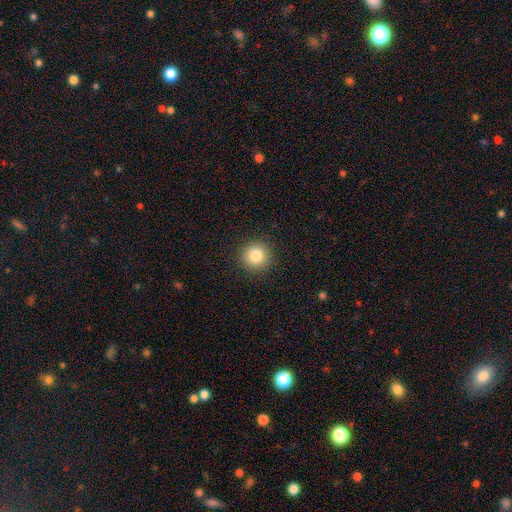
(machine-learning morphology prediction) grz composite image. It shows a smooth galaxy with no disk features (83%) that is round (95%). Merging: none (91%).